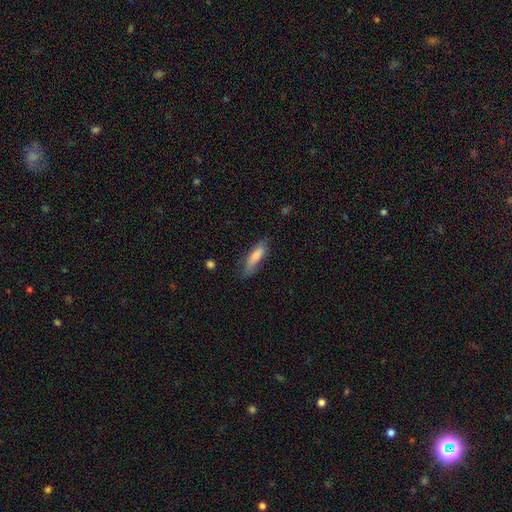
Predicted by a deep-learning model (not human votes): A smooth galaxy with no disk features (73%) that is cigar-shaped (64%).

Vote fractions:
- Smooth or featured? smooth: 73% / featured or disk: 20% / star or artifact: 7%
- How rounded? cigar-shaped: 64% / in between: 35% / round: 2%
- Merging? none: 74% / minor disturbance: 20% / major disturbance: 4% / merger: 1%